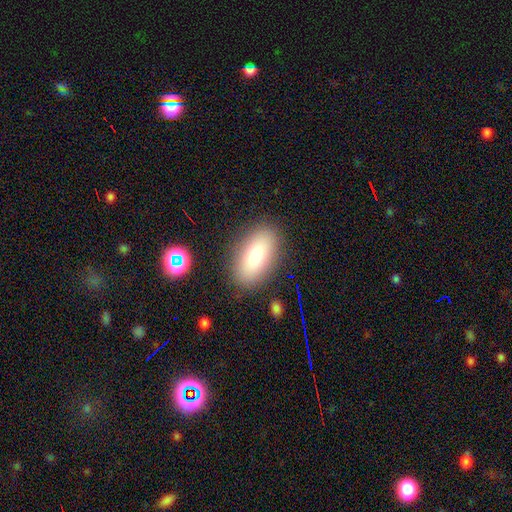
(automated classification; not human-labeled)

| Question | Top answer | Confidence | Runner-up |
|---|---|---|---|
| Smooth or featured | smooth | 80% | featured or disk (11%) |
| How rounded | in between | 87% | cigar-shaped (10%) |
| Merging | none | 85% | minor disturbance (10%) |